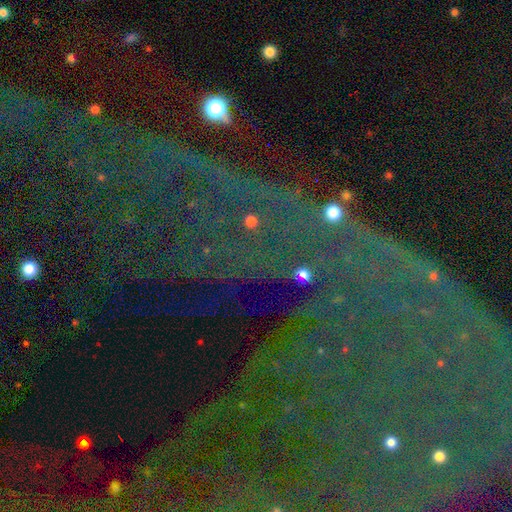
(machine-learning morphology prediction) smooth-or-featured: star or artifact: 80% | featured or disk: 11% | smooth: 9%